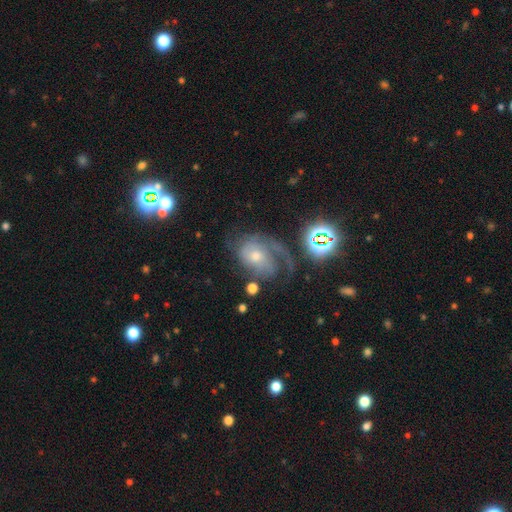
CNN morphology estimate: Overall: featured or disk (73%). Edge-on disk: no (97%). Bar: no (70%). Spiral arms: yes (91%). Spiral arm count: 1 (36%; 2 26%). Spiral winding: tight (41%; medium 40%). Bulge size: moderate (51%; small 41%). Merging: none (48%; major disturbance 25%).